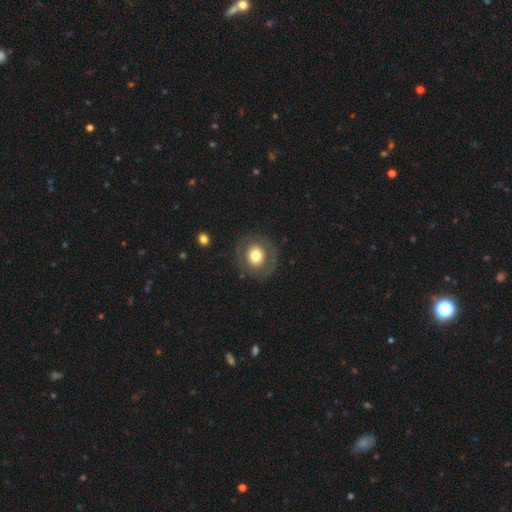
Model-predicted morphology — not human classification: This appears to be a smooth galaxy with no disk features (58%) that is round (80%). Merging: none (83%).